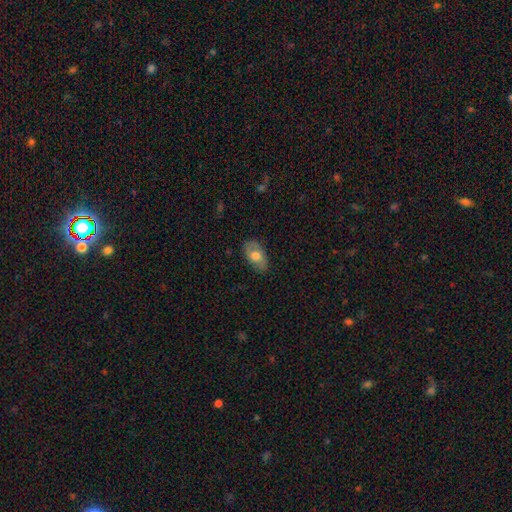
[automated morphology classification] type=smooth (66%); roundness=in between (92%); merging=none (80%).